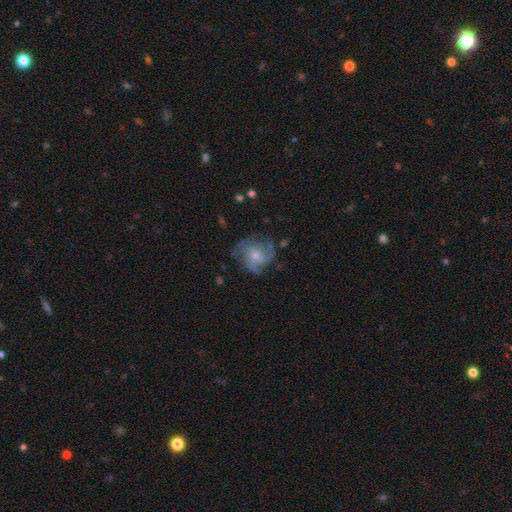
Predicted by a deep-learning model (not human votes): A featured or disk galaxy (55%) with no bar (80%), spiral arms (73%) and a small central bulge (52%). Merging: none (57%).